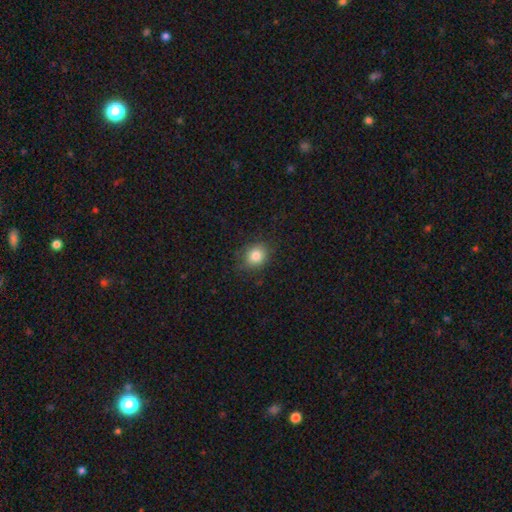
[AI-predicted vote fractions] This appears to be a smooth galaxy with no disk features (83%) that is round (72%). Merging: none (83%).